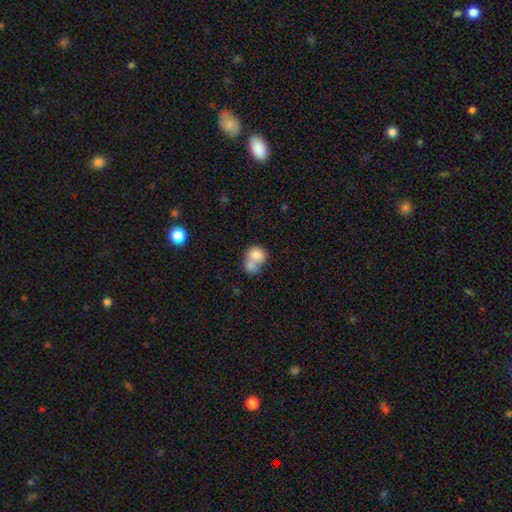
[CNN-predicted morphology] A smooth galaxy with no disk features (78%) that is in between round and cigar-shaped (51%).

Vote fractions:
- Smooth or featured? smooth: 78% / featured or disk: 14% / star or artifact: 8%
- How rounded? in between: 51% / round: 48% / cigar-shaped: 1%
- Merging? merger: 67% / none: 20% / minor disturbance: 8% / major disturbance: 5%